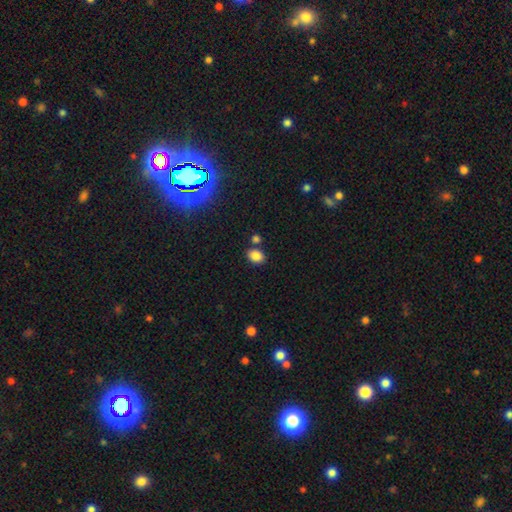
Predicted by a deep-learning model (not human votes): This appears to be a smooth galaxy with no disk features (85%) that is in between round and cigar-shaped (65%). Merging: none (74%).